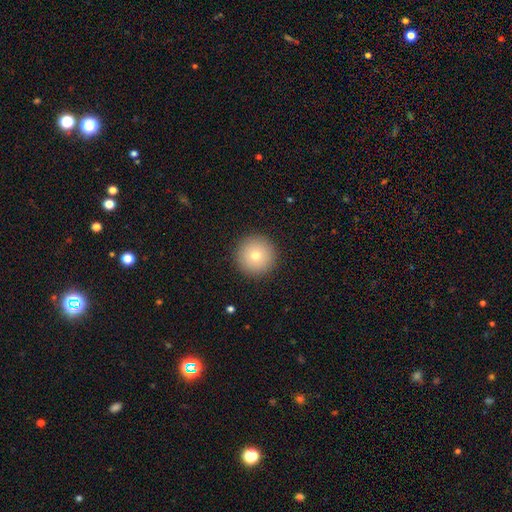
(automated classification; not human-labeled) Morphology: type=smooth (76%); roundness=round (97%); merging=none (93%).